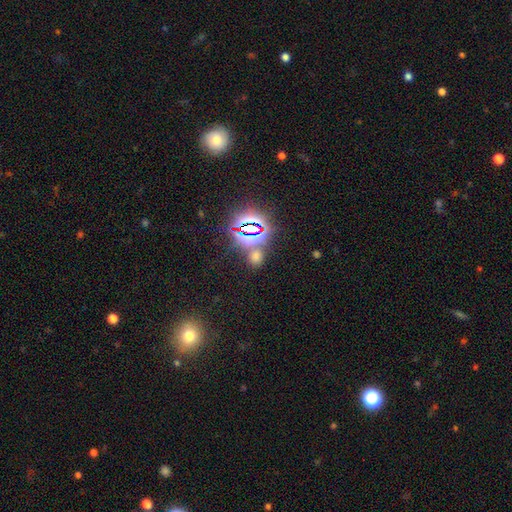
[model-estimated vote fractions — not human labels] This appears to be a star or artifact, not a galaxy (54%).